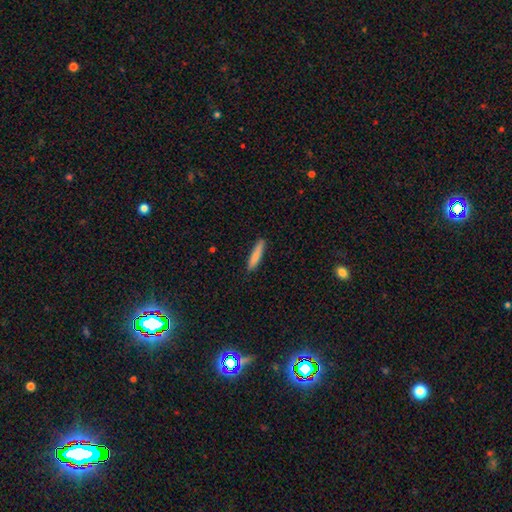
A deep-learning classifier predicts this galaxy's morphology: This appears to be a smooth galaxy with no disk features (83%) that is cigar-shaped (88%). Merging: none (88%).